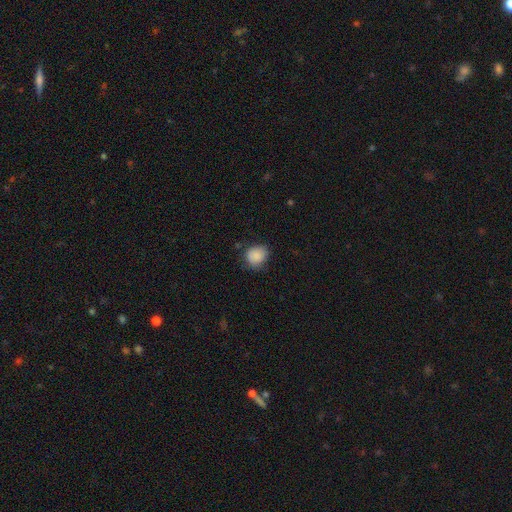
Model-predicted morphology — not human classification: A smooth galaxy with no disk features (87%) that is round (66%).

Vote fractions:
- Smooth or featured? smooth: 87% / star or artifact: 8% / featured or disk: 5%
- How rounded? round: 66% / in between: 33% / cigar-shaped: 1%
- Merging? none: 70% / minor disturbance: 24% / major disturbance: 5% / merger: 2%